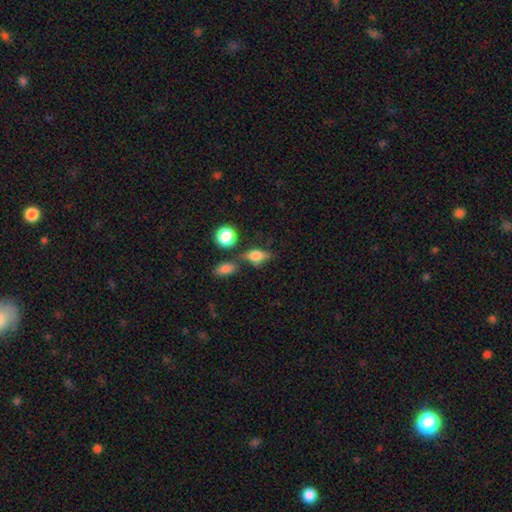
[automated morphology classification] The model was most divided on "smooth or featured": smooth: 62%, featured or disk: 26%, star or artifact: 12%. More confident: how rounded — in between (64%); merging — none (59%).